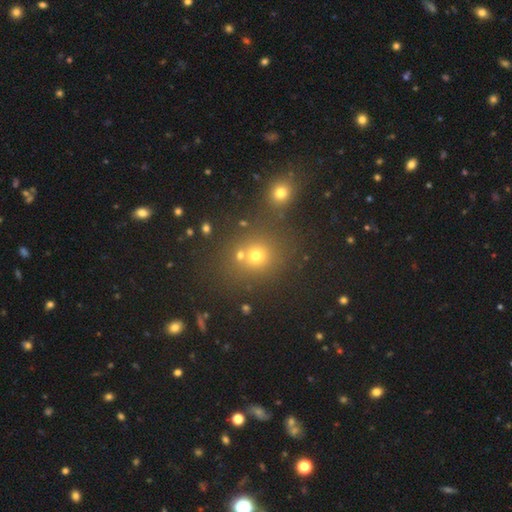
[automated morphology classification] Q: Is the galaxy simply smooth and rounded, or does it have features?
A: smooth — 66%.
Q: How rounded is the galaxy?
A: round — 83%.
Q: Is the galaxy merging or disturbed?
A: none — 67%.